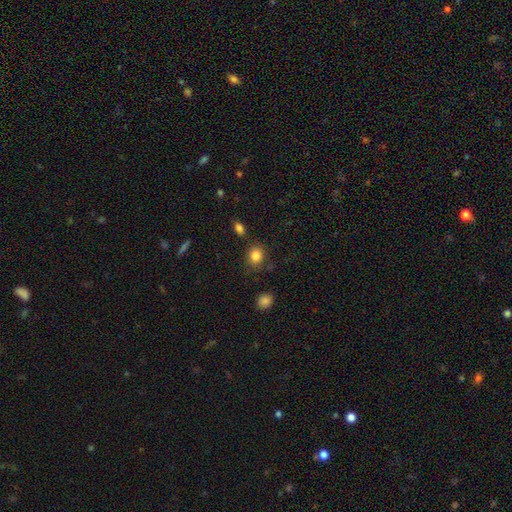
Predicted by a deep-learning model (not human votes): smooth 85%, star or artifact 10%, featured or disk 5%. Down the decision tree: how rounded — round (73%); merging — none (80%).